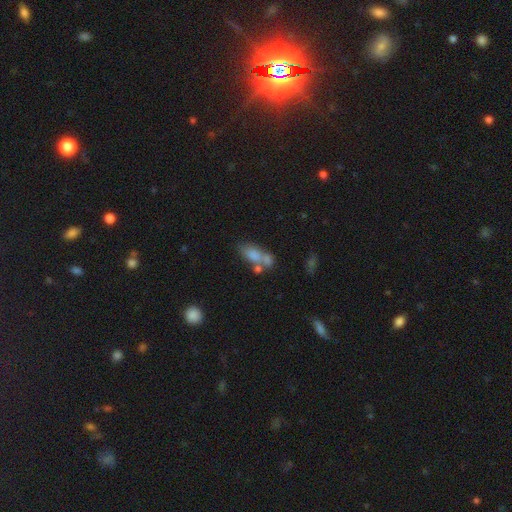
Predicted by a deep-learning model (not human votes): Smooth or featured?
  - smooth: 71% *
  - featured or disk: 18%
  - star or artifact: 11%
How rounded?
  - in between: 81% *
  - cigar-shaped: 12%
  - round: 7%
Merging?
  - merger: 44% *
  - none: 34%
  - minor disturbance: 14%
  - major disturbance: 9%